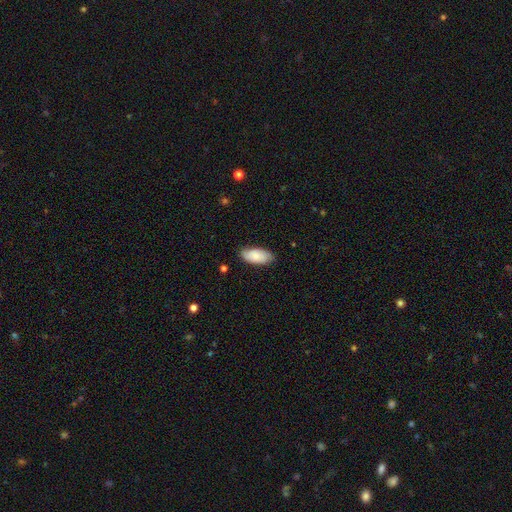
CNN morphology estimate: This appears to be a smooth galaxy with no disk features (79%) that is in between round and cigar-shaped (91%). Merging: none (81%).